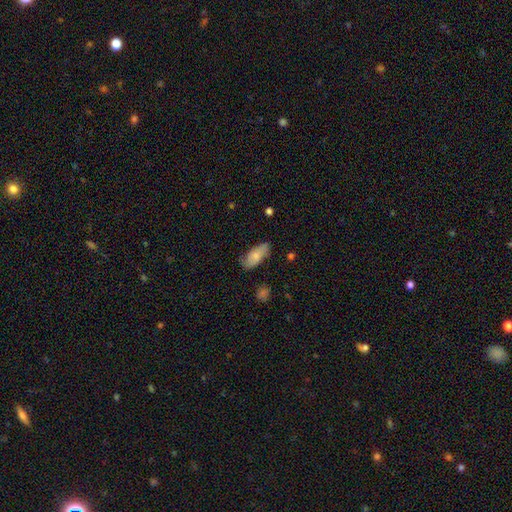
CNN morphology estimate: This is likely a smooth galaxy (66%). How rounded: clearly in between (87%). Merging: likely none (71%).